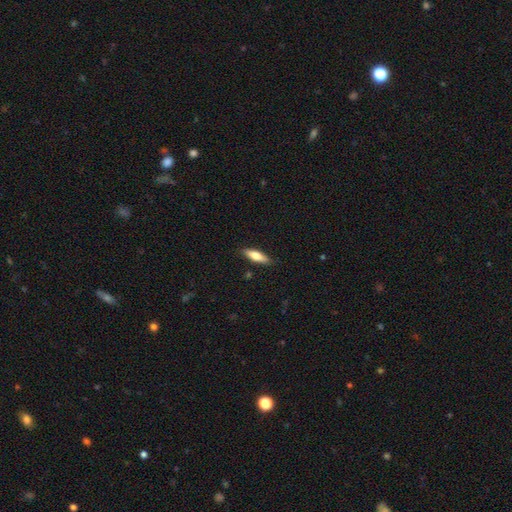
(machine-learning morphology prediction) Smooth or featured? smooth (67%)
How rounded? cigar-shaped (54%)
Merging? none (87%)